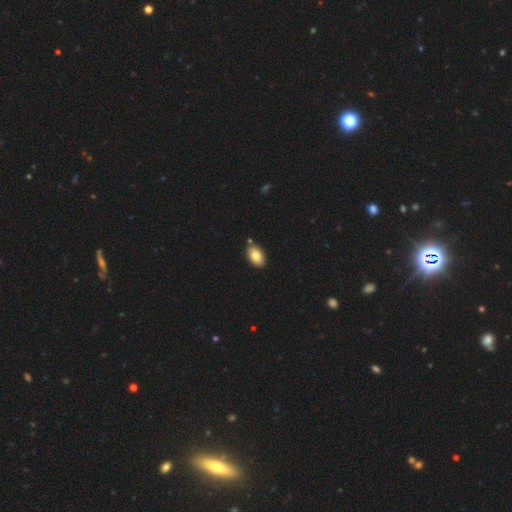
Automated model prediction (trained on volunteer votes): Q: Smooth or featured?
A: smooth (85%); runner-up: featured or disk (8%)
Q: How rounded?
A: in between (91%); runner-up: round (8%)
Q: Merging?
A: none (85%); runner-up: minor disturbance (9%)